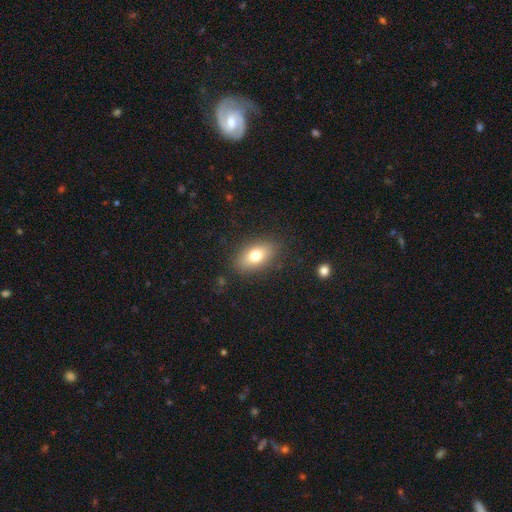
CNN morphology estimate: A smooth galaxy with no disk features (75%) that is in between round and cigar-shaped (86%). Merging: none (85%).